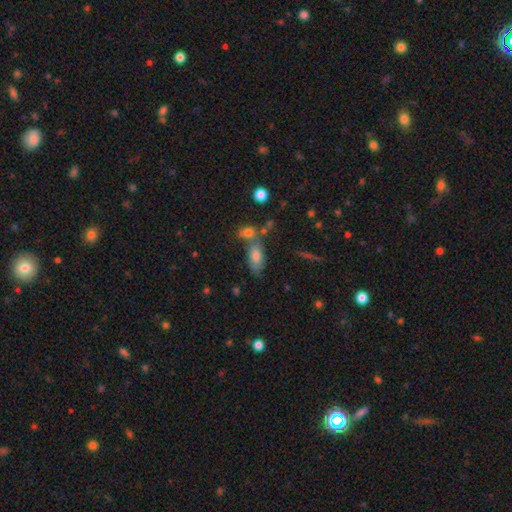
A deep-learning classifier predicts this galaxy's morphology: This appears to be a smooth galaxy with no disk features (70%) that is in between round and cigar-shaped (85%). Merging: none (51%).